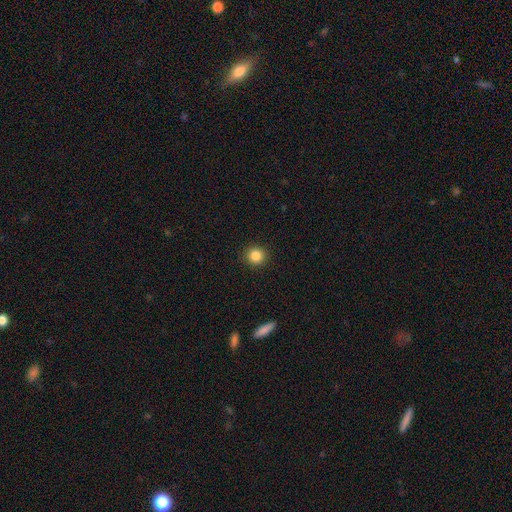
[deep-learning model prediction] Smooth or featured: smooth — 85% (star or artifact — 10%)
How rounded: round — 92% (in between — 7%)
Merging: none — 92% (minor disturbance — 5%)